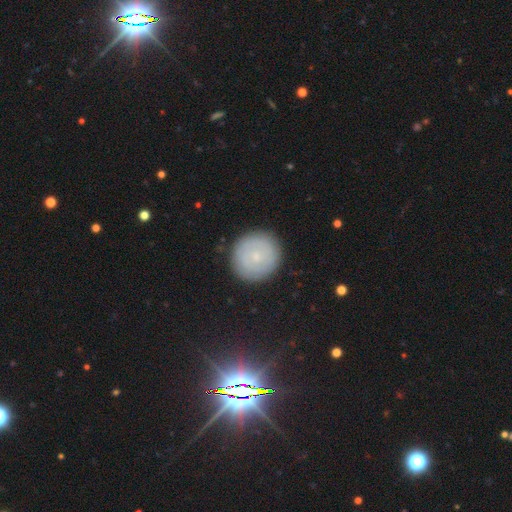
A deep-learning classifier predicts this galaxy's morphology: A smooth galaxy with no disk features (62%) that is round (93%).

Vote fractions:
- Smooth or featured? smooth: 62% / featured or disk: 29% / star or artifact: 9%
- How rounded? round: 93% / in between: 6% / cigar-shaped: 1%
- Merging? none: 89% / minor disturbance: 8% / major disturbance: 2% / merger: 1%